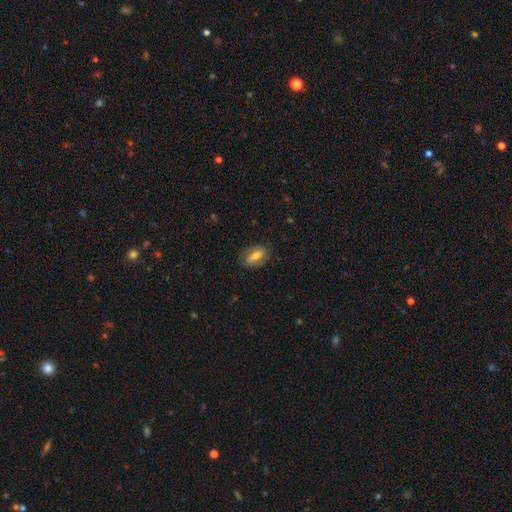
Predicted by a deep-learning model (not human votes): Overall: smooth (58%; featured or disk 34%). How rounded: in between (83%). Merging: none (78%).